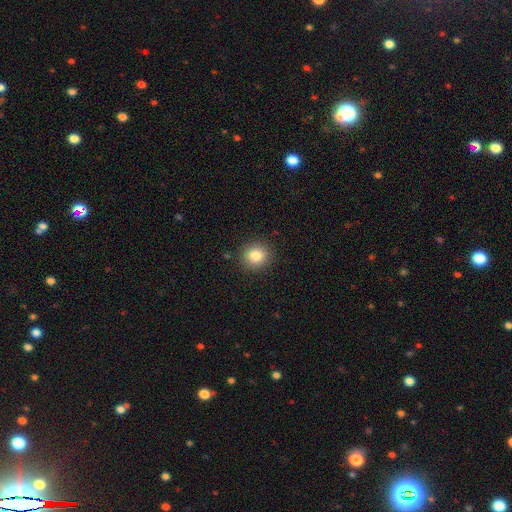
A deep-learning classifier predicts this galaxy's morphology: Q: Smooth or featured?
A: smooth (83%); runner-up: star or artifact (11%)
Q: How rounded?
A: round (88%); runner-up: in between (11%)
Q: Merging?
A: none (90%); runner-up: minor disturbance (7%)